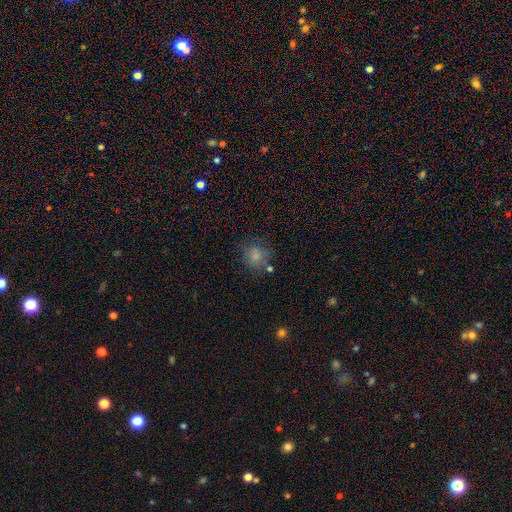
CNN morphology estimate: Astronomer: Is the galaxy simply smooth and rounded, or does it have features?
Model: smooth — 76%.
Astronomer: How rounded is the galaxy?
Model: round — 78%.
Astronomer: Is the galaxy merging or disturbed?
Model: none — 64%.